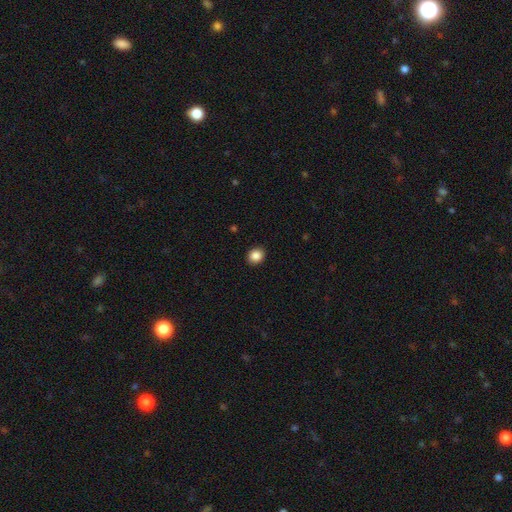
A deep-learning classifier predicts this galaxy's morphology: smooth 87%, star or artifact 10%, featured or disk 4%. Down the decision tree: how rounded — round (70%); merging — none (92%).